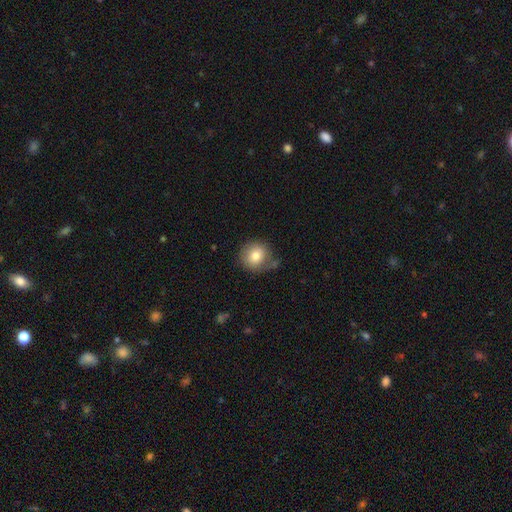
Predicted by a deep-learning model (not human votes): A smooth galaxy with no disk features (80%) that is round (86%). Merging: none (70%).